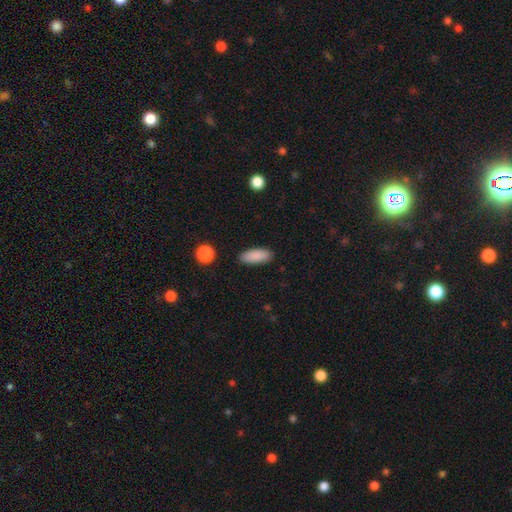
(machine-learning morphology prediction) Smooth or featured? smooth (89%)
How rounded? in between (76%)
Merging? none (88%)